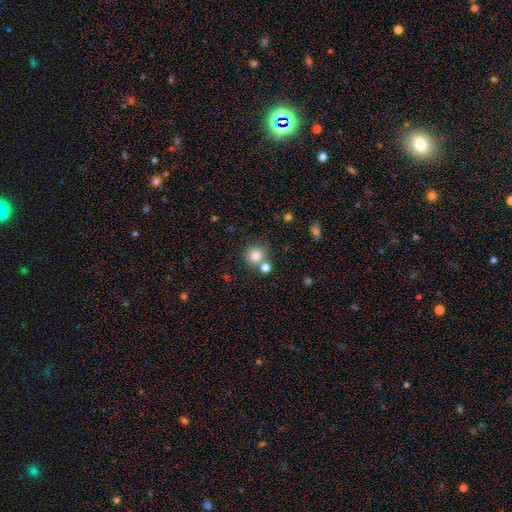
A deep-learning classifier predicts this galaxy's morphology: Smooth or featured?
  - smooth: 83% *
  - star or artifact: 12%
  - featured or disk: 6%
How rounded?
  - round: 91% *
  - in between: 8%
  - cigar-shaped: 1%
Merging?
  - none: 69% *
  - merger: 18%
  - minor disturbance: 9%
  - major disturbance: 4%